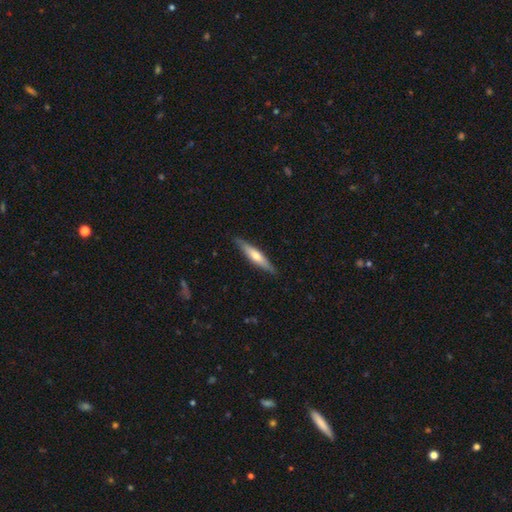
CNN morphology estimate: Q: Smooth or featured?
A: featured or disk (48%); runner-up: smooth (47%)
Q: Merging?
A: none (88%); runner-up: minor disturbance (10%)